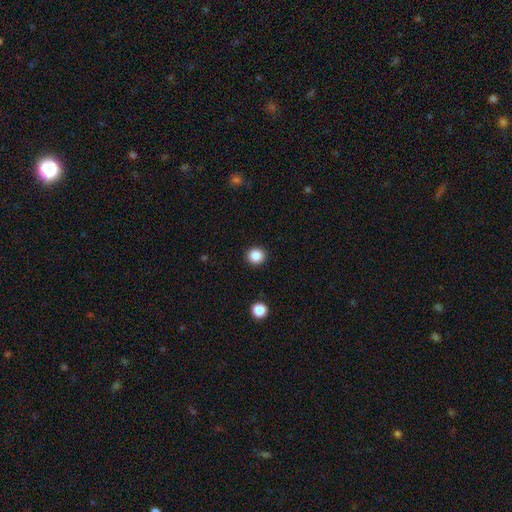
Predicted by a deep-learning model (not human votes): A smooth galaxy with no disk features (86%) that is round (91%).

Vote fractions:
- Smooth or featured? smooth: 86% / star or artifact: 11% / featured or disk: 3%
- How rounded? round: 91% / in between: 8% / cigar-shaped: 1%
- Merging? none: 92% / minor disturbance: 5% / major disturbance: 2% / merger: 1%